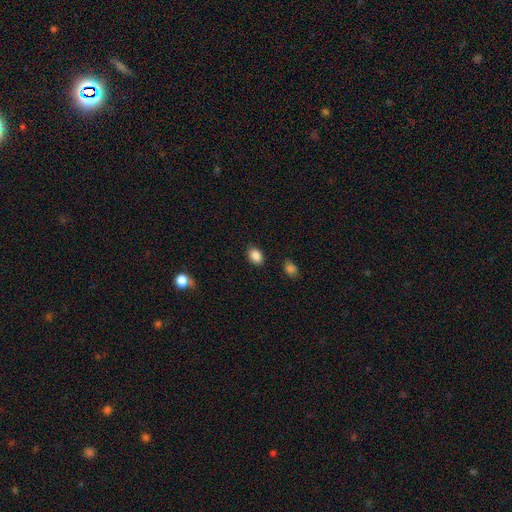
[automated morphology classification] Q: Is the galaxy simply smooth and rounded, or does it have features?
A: smooth — 87%.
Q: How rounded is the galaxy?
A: in between — 77%.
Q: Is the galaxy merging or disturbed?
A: none — 87%.